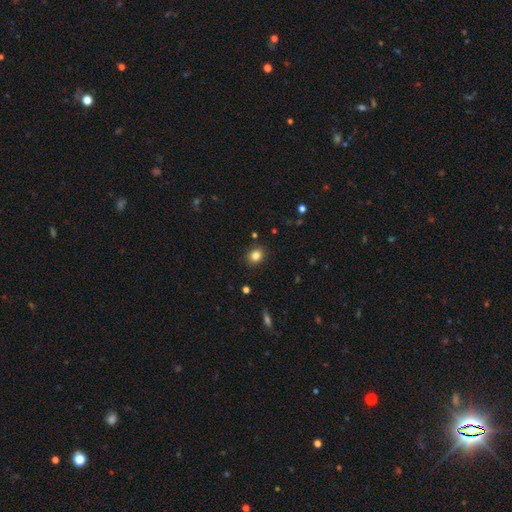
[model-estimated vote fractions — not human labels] This is clearly a smooth galaxy (83%). How rounded: likely round (71%). Merging: clearly none (88%).